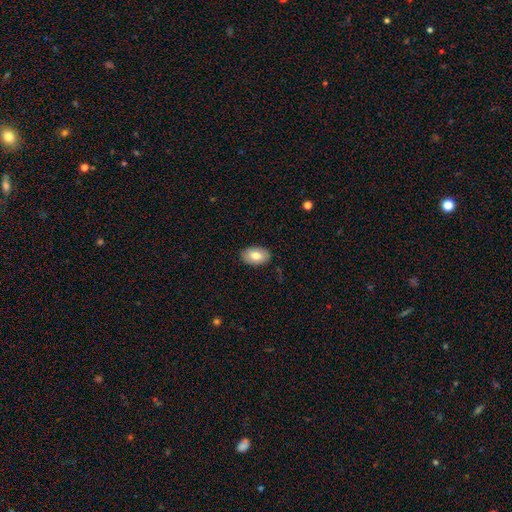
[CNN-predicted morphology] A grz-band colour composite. It shows a smooth galaxy with no disk features (78%) that is in between round and cigar-shaped (92%). Merging: none (88%).